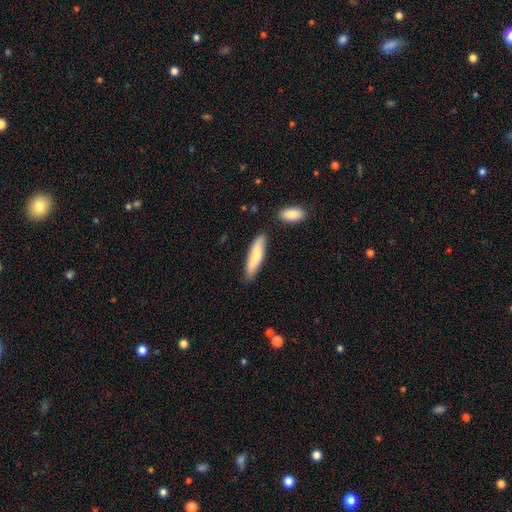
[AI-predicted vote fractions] A smooth galaxy with no disk features (77%) that is cigar-shaped (79%).

Vote fractions:
- Smooth or featured? smooth: 77% / featured or disk: 17% / star or artifact: 5%
- How rounded? cigar-shaped: 79% / in between: 20% / round: 1%
- Merging? none: 80% / minor disturbance: 14% / merger: 4% / major disturbance: 3%